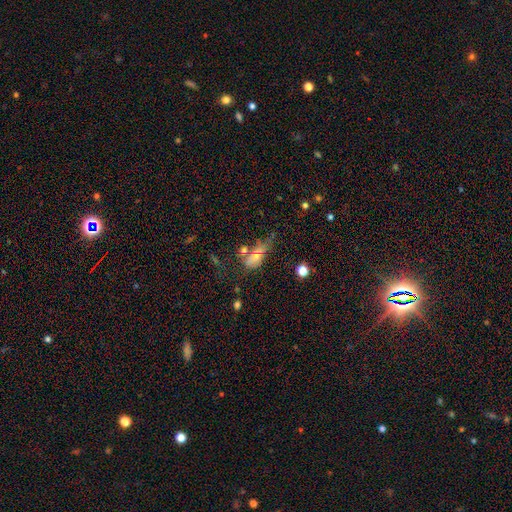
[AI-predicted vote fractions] A smooth galaxy with no disk features (56%) that is in between round and cigar-shaped (71%). Merging: none (29%).